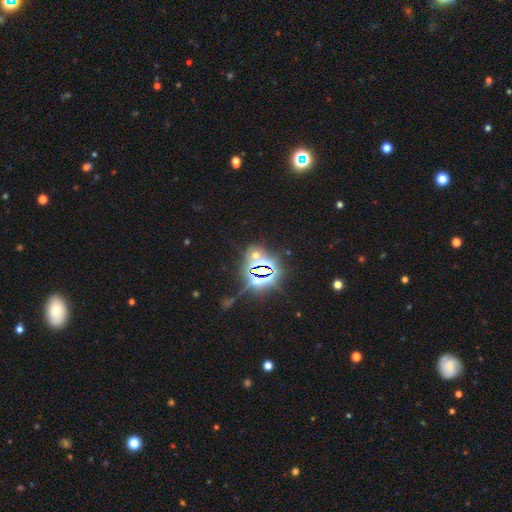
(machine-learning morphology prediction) A star or artifact, not a galaxy (73%).

Vote fractions:
- Smooth or featured? star or artifact: 73% / smooth: 19% / featured or disk: 8%